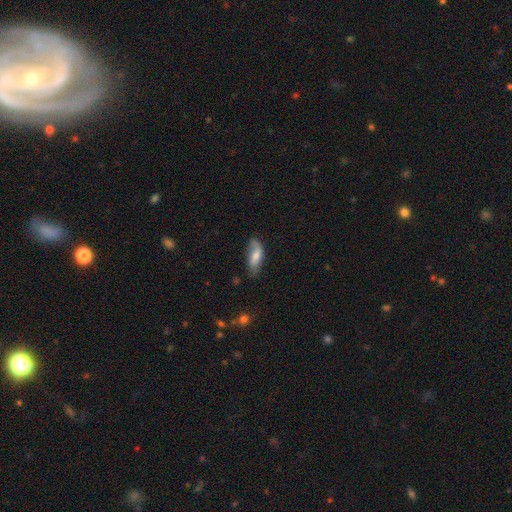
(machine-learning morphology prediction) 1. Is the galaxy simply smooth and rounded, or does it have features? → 60% smooth, 33% featured or disk, 7% star or artifact.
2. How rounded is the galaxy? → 76% in between, 21% cigar-shaped, 3% round.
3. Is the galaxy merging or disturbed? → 57% none, 31% minor disturbance, 10% major disturbance, 3% merger.